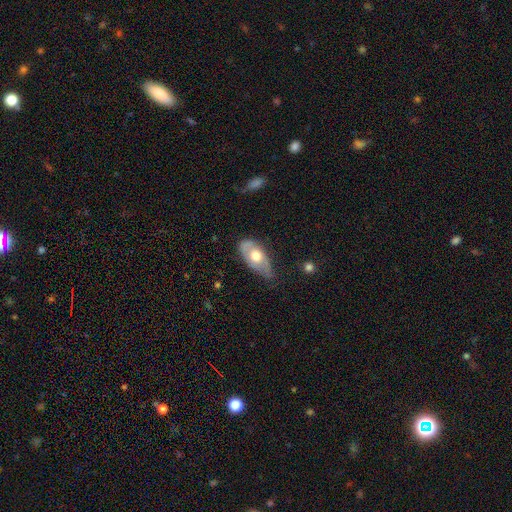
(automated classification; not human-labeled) A smooth galaxy with no disk features (48%).

Vote fractions:
- Smooth or featured? smooth: 48% / featured or disk: 47% / star or artifact: 6%
- Merging? none: 43% / minor disturbance: 40% / major disturbance: 14% / merger: 2%